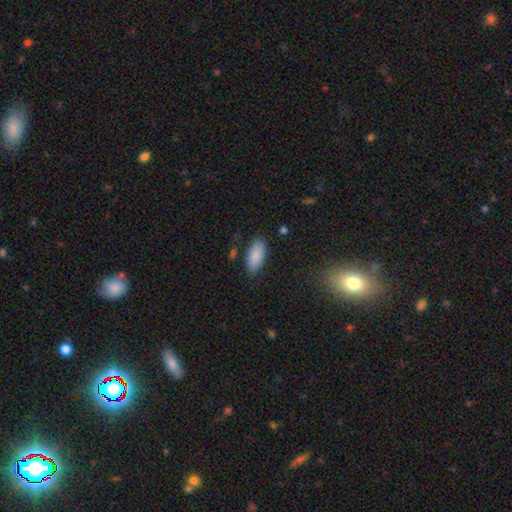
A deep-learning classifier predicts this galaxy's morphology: Smooth or featured? smooth (88%)
How rounded? in between (89%)
Merging? none (83%)